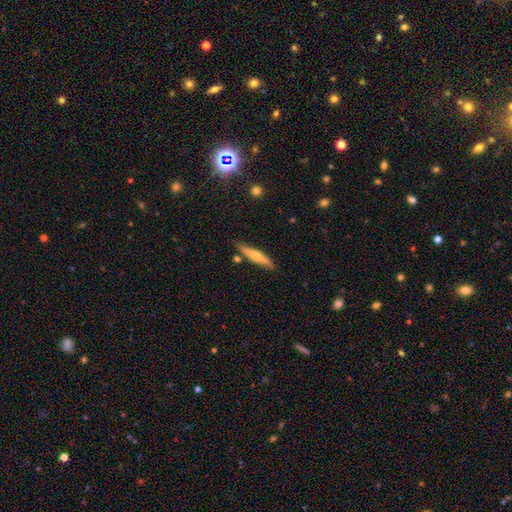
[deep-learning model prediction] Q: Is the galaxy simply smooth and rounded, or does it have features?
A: smooth — 52%.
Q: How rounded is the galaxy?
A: cigar-shaped — 87%.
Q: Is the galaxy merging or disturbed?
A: none — 81%.